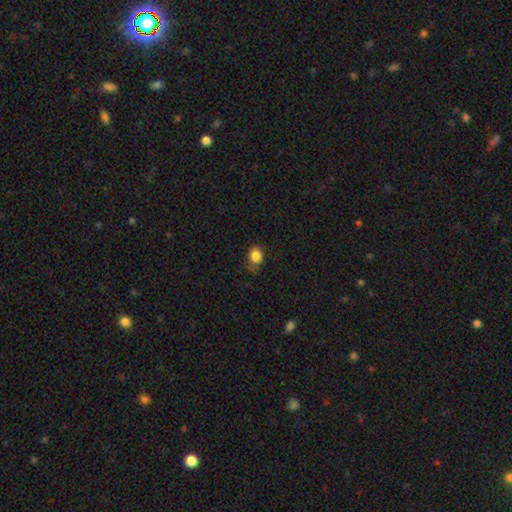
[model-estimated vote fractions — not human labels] This is clearly a smooth galaxy (84%). How rounded: possibly round (56%). Merging: likely none (62%).